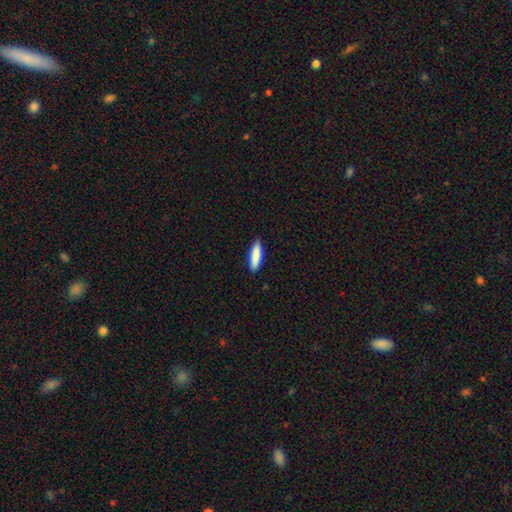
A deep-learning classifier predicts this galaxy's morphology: smooth 87%, featured or disk 7%, star or artifact 6%. Down the decision tree: how rounded — cigar-shaped (63%); merging — none (89%).